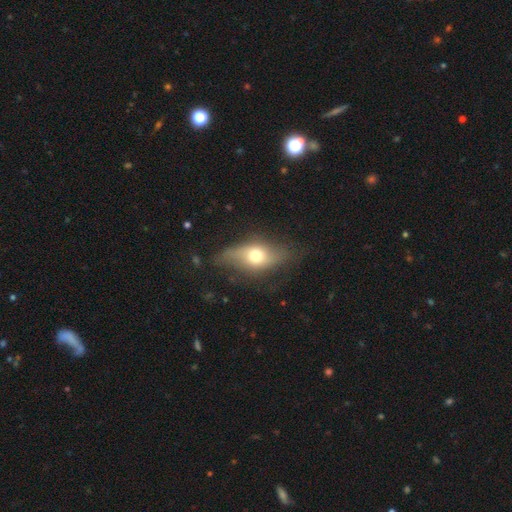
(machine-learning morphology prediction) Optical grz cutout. It shows a smooth galaxy with no disk features (54%) that is in between round and cigar-shaped (73%). Merging: none (59%).